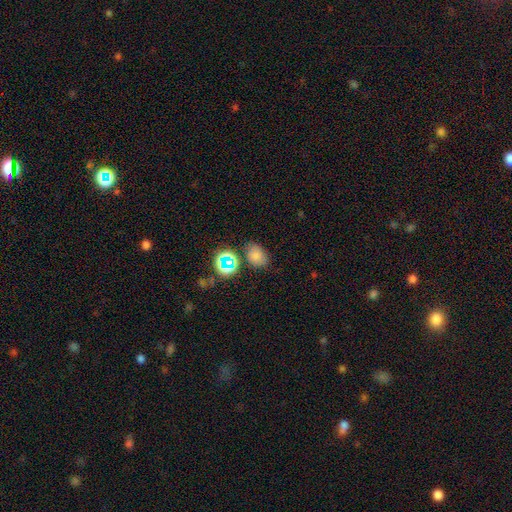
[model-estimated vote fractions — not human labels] This appears to be a smooth galaxy with no disk features (57%) that is in between round and cigar-shaped (57%). Merging: none (72%).